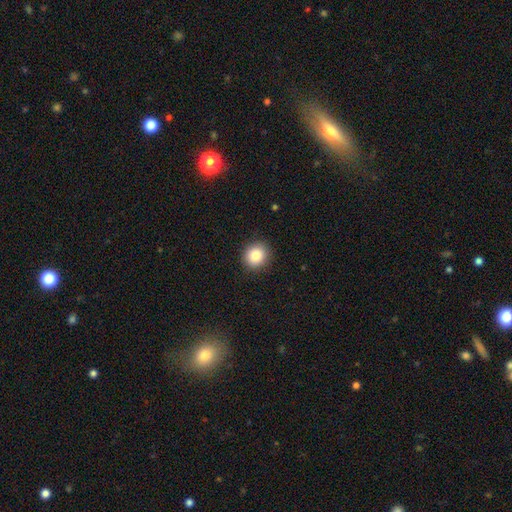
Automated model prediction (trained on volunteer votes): Morphology: type=smooth (85%); roundness=round (83%); merging=none (90%).